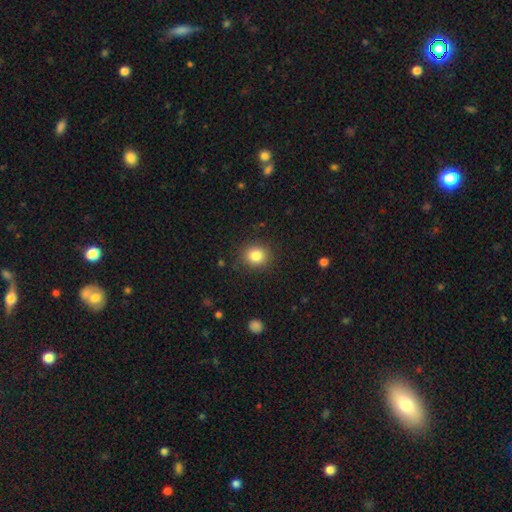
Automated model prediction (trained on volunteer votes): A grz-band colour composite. It shows a smooth galaxy with no disk features (83%) that is round (82%). Merging: none (88%).